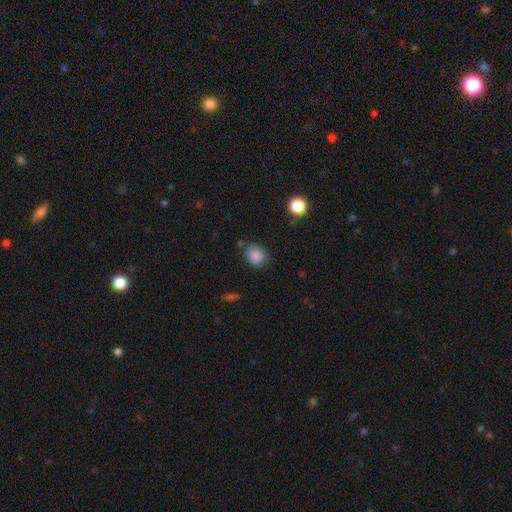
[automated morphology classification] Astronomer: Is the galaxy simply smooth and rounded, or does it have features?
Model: smooth — 86%.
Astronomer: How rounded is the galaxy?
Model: round — 57% (runner-up: in between, 42%).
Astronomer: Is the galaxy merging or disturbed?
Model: none — 73%.